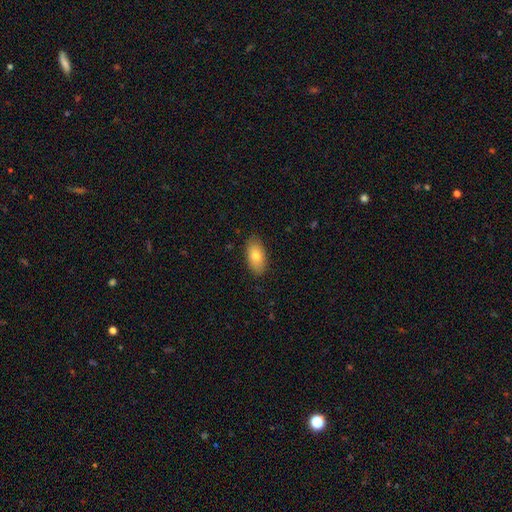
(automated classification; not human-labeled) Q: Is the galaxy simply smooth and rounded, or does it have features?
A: smooth — 76%.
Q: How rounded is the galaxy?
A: in between — 91%.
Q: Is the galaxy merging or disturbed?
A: none — 86%.